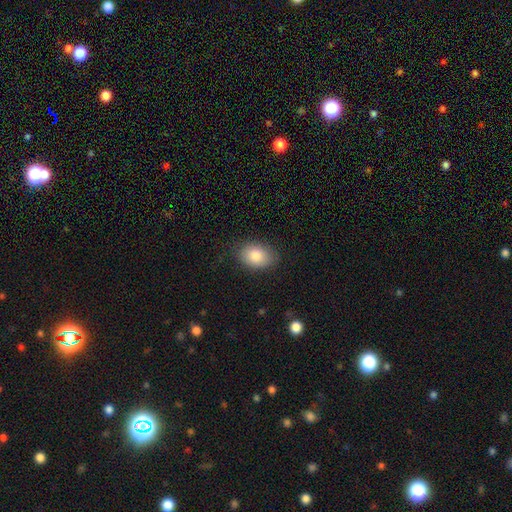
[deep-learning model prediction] A smooth galaxy with no disk features (84%) that is in between round and cigar-shaped (71%).

Vote fractions:
- Smooth or featured? smooth: 84% / featured or disk: 9% / star or artifact: 8%
- How rounded? in between: 71% / round: 28% / cigar-shaped: 1%
- Merging? none: 84% / minor disturbance: 12% / major disturbance: 3% / merger: 1%